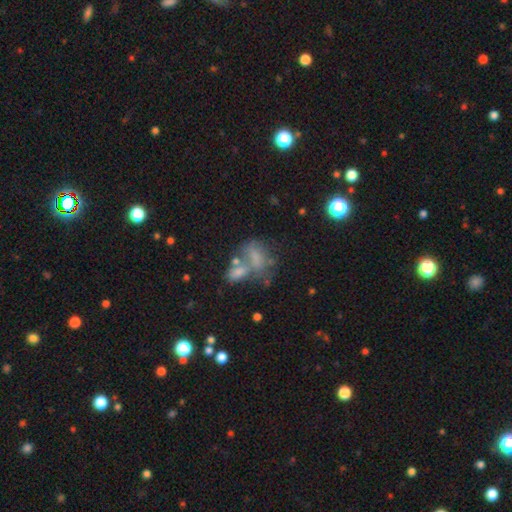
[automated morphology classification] Smooth or featured? smooth (56%)
How rounded? in between (79%)
Merging? merger (43%)